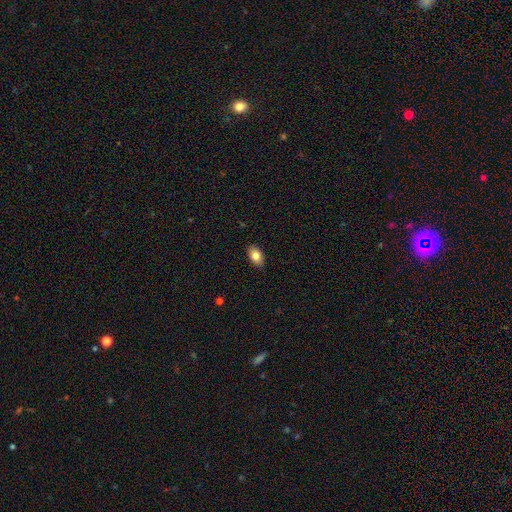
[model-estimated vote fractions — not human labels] smooth-or-featured: smooth: 82% | featured or disk: 11% | star or artifact: 8%
  how-rounded: in between: 89% | round: 8% | cigar-shaped: 2%
  merging: none: 88% | minor disturbance: 9% | major disturbance: 2% | merger: 1%